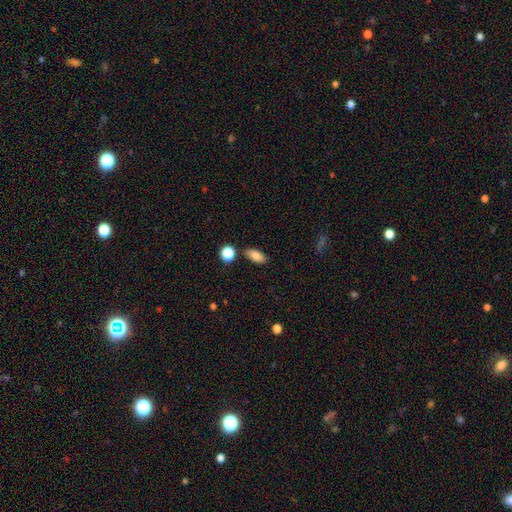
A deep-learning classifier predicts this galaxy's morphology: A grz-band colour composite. It shows a smooth galaxy with no disk features (82%) that is in between round and cigar-shaped (86%). Merging: none (83%).